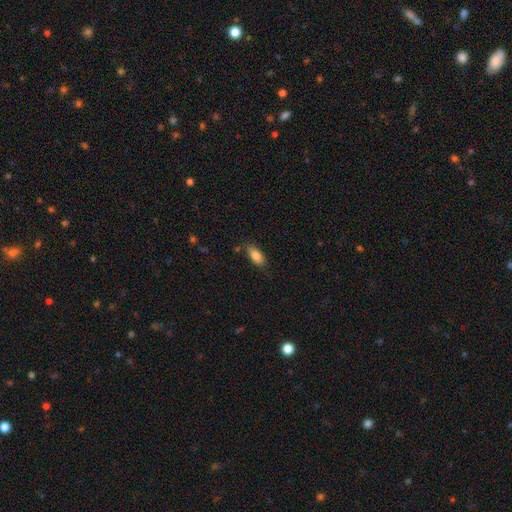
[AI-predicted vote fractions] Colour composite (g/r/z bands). It shows a smooth galaxy with no disk features (84%) that is in between round and cigar-shaped (86%). Merging: none (74%).